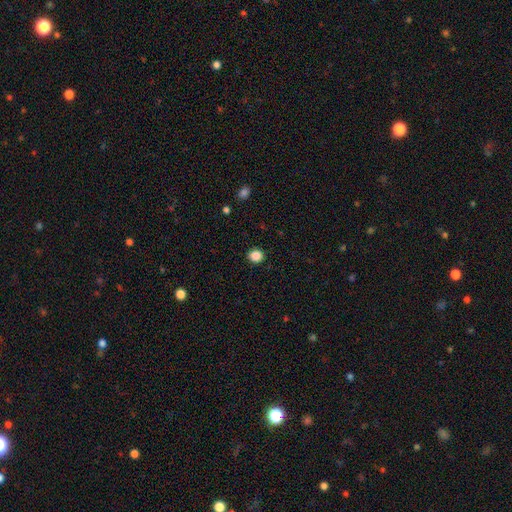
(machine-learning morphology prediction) Q: Smooth or featured?
A: smooth (87%); runner-up: star or artifact (10%)
Q: How rounded?
A: round (80%); runner-up: in between (19%)
Q: Merging?
A: none (91%); runner-up: minor disturbance (6%)